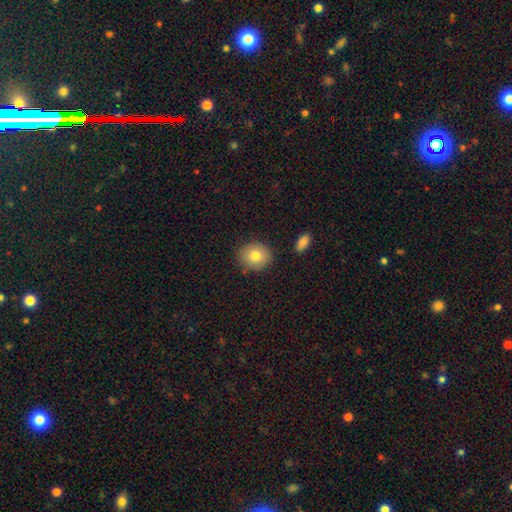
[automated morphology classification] A smooth galaxy with no disk features (79%) that is round (73%). Merging: none (84%).